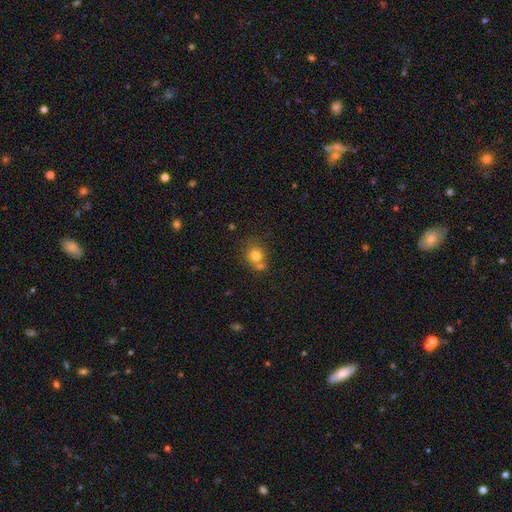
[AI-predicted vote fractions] Q: Smooth or featured?
A: smooth (77%); runner-up: star or artifact (12%)
Q: How rounded?
A: round (75%); runner-up: in between (24%)
Q: Merging?
A: none (49%); runner-up: merger (32%)